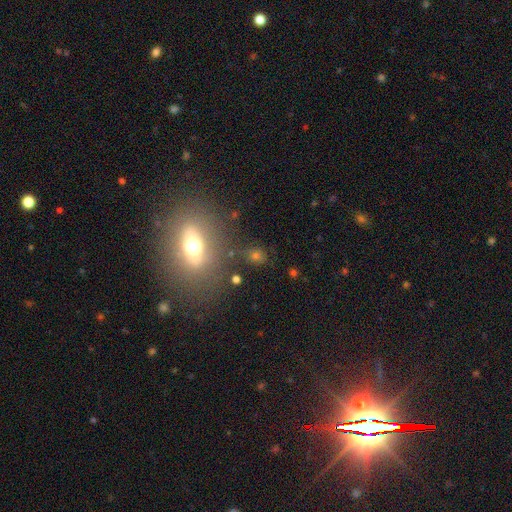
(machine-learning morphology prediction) Overall: smooth (53%; star or artifact 24%). How rounded: round (50%; in between 44%). Merging: none (74%).